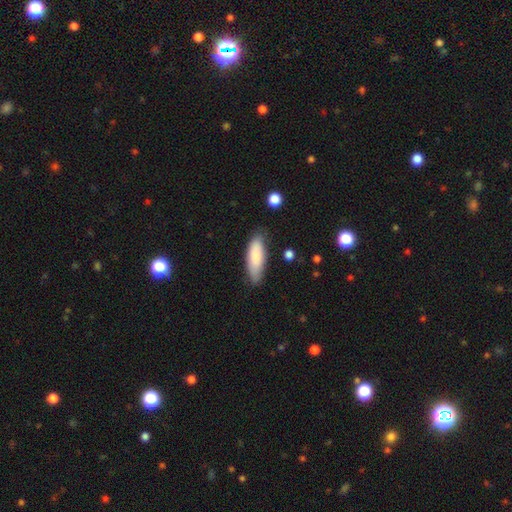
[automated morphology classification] This appears to be a smooth galaxy with no disk features (82%) that is in between round and cigar-shaped (62%). Merging: none (75%).